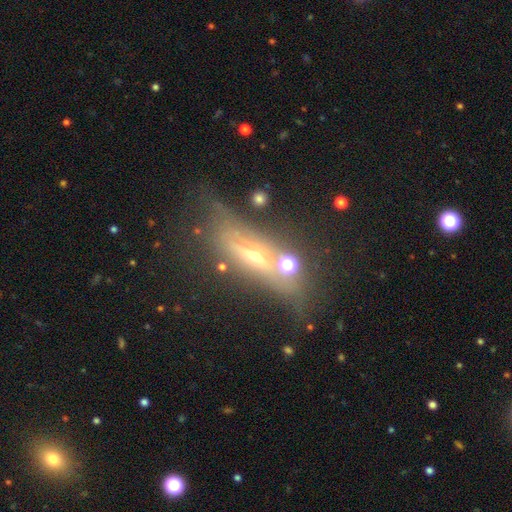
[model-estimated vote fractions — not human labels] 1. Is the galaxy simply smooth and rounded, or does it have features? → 56% featured or disk, 28% smooth, 16% star or artifact.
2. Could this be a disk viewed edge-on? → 54% yes, 46% no.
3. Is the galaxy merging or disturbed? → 41% none, 27% merger, 18% minor disturbance, 14% major disturbance.